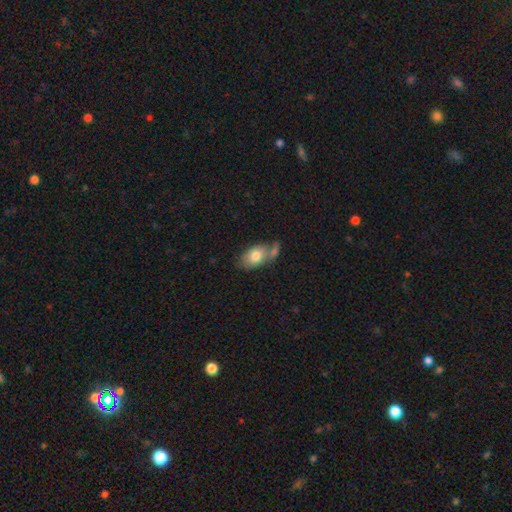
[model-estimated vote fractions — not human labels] Q: Smooth or featured?
A: smooth (74%); runner-up: featured or disk (19%)
Q: How rounded?
A: in between (89%); runner-up: round (9%)
Q: Merging?
A: none (42%); runner-up: merger (32%)